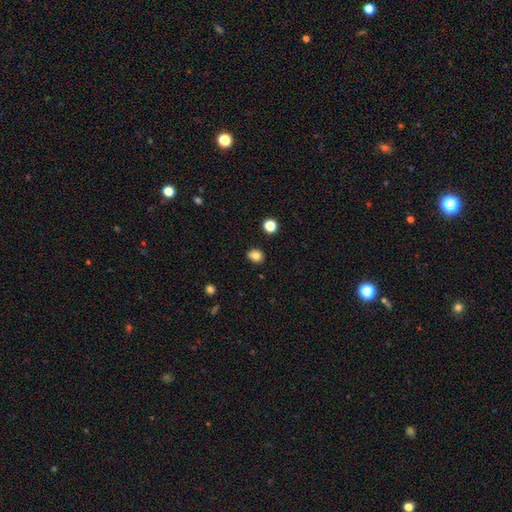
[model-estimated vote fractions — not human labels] Q: Smooth or featured?
A: smooth (81%); runner-up: star or artifact (12%)
Q: How rounded?
A: round (64%); runner-up: in between (35%)
Q: Merging?
A: none (83%); runner-up: minor disturbance (12%)